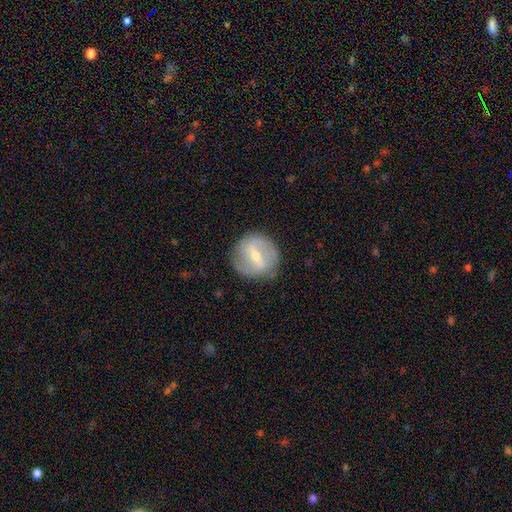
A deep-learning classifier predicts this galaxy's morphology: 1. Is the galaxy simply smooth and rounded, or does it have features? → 67% featured or disk, 26% smooth, 7% star or artifact.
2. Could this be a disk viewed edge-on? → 94% no, 6% yes.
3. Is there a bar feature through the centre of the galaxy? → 48% strong, 40% weak, 11% no.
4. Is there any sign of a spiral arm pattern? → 60% yes, 40% no.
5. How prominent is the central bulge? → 49% moderate, 47% small, 2% large, 1% none, 1% dominant.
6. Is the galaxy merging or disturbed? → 82% none, 12% minor disturbance, 4% major disturbance, 1% merger.